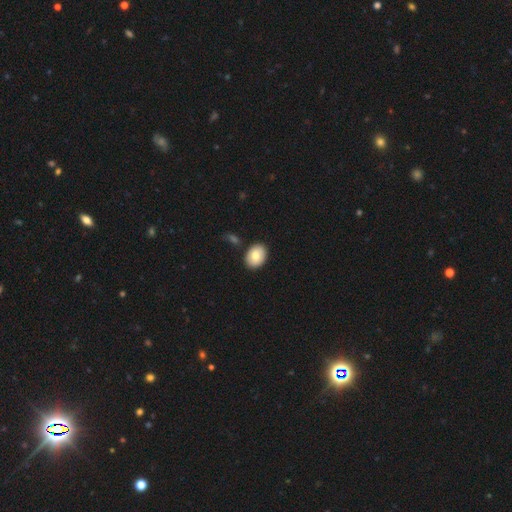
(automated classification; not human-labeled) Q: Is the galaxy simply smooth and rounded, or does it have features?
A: smooth — 79%.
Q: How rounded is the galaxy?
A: in between — 64%.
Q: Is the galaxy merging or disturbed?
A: none — 85%.